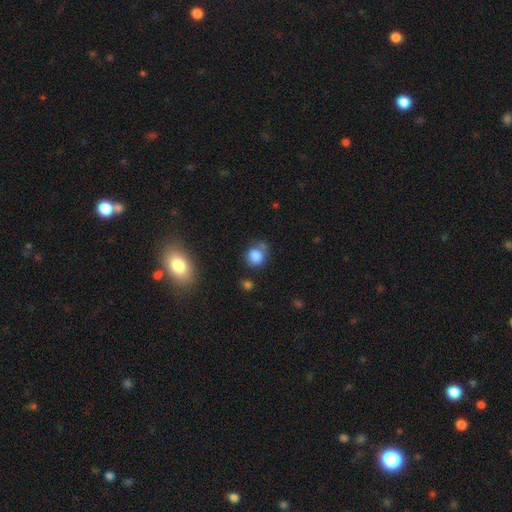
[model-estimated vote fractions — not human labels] Smooth or featured? smooth (83%)
How rounded? round (79%)
Merging? none (60%)